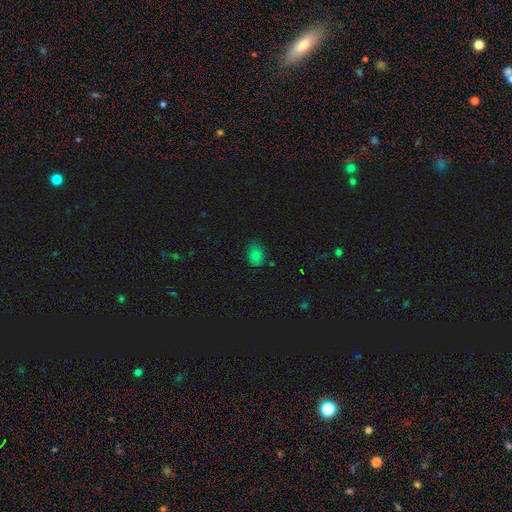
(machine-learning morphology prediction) Smooth or featured? Predicted: smooth (p=0.78). How rounded? Predicted: in between (p=0.59). Merging? Predicted: none (p=0.66).